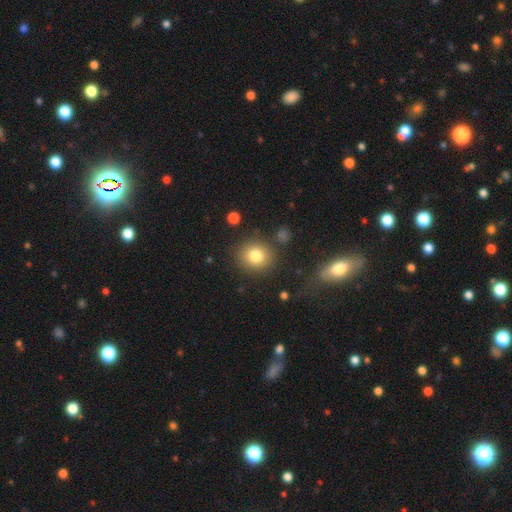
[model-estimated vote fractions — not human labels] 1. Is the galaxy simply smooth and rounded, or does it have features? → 81% smooth, 11% star or artifact, 8% featured or disk.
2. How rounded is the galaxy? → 81% round, 18% in between, 1% cigar-shaped.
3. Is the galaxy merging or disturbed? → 84% none, 9% minor disturbance, 4% merger, 3% major disturbance.